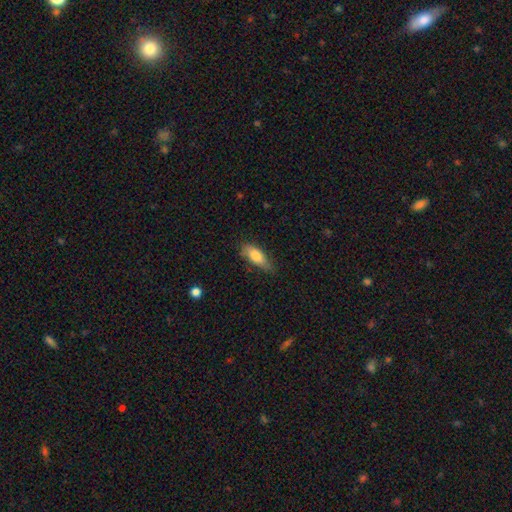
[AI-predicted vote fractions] Smooth or featured?
  - smooth: 77% *
  - featured or disk: 16%
  - star or artifact: 7%
How rounded?
  - in between: 71% *
  - cigar-shaped: 26%
  - round: 3%
Merging?
  - none: 62% *
  - minor disturbance: 30%
  - major disturbance: 6%
  - merger: 2%